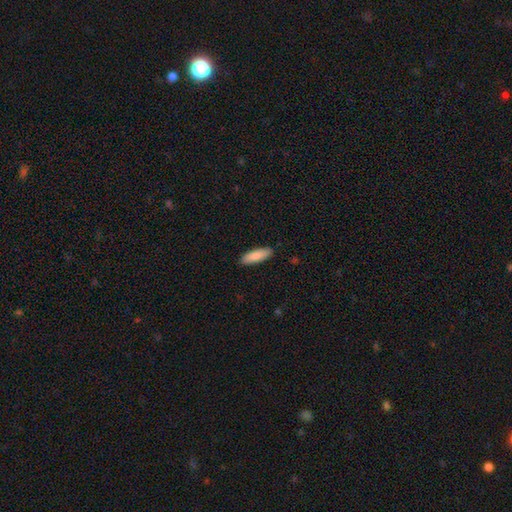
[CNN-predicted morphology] Smooth or featured? Predicted: smooth (p=0.88). How rounded? Predicted: in between (p=0.52). Merging? Predicted: none (p=0.89).